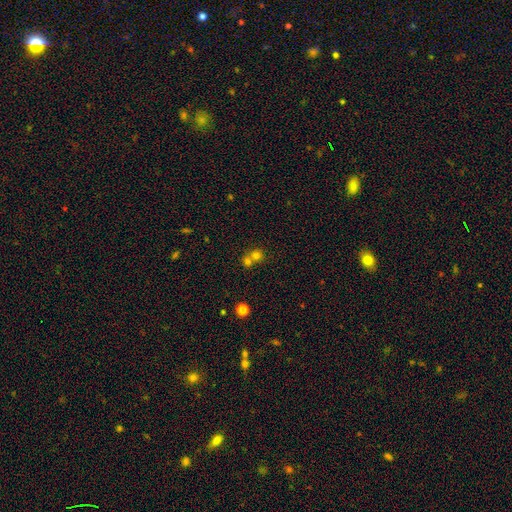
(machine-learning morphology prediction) Smooth or featured? smooth (72%)
How rounded? round (84%)
Merging? merger (51%)